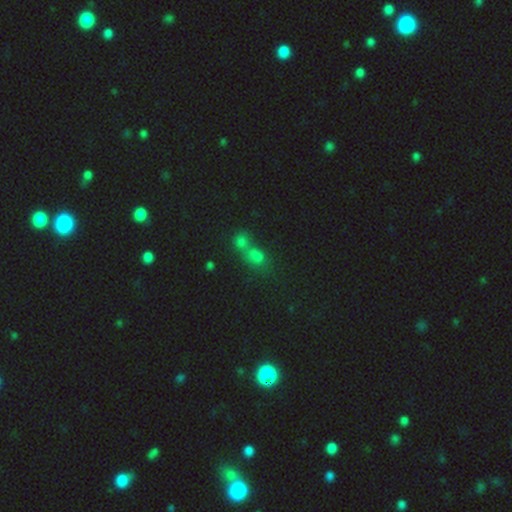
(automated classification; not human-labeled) Q: Smooth or featured?
A: smooth (57%); runner-up: star or artifact (32%)
Q: How rounded?
A: round (64%); runner-up: in between (33%)
Q: Merging?
A: merger (63%); runner-up: none (28%)